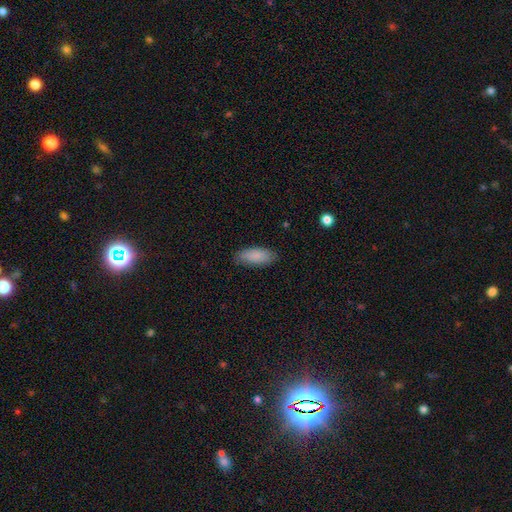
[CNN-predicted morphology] Smooth or featured? Predicted: smooth (p=0.87). How rounded? Predicted: in between (p=0.83). Merging? Predicted: none (p=0.83).